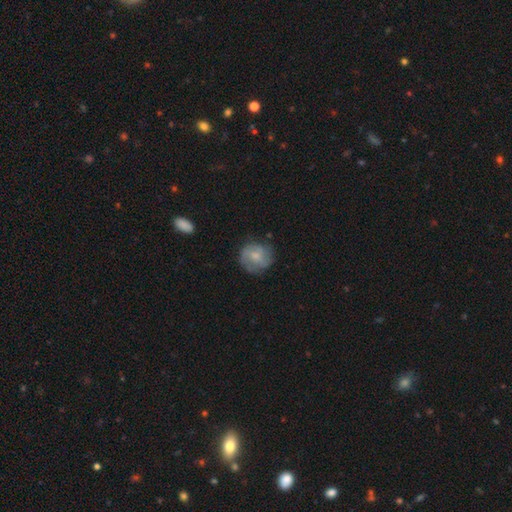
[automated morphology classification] This appears to be a smooth galaxy with no disk features (51%) that is round (84%). Merging: none (72%).